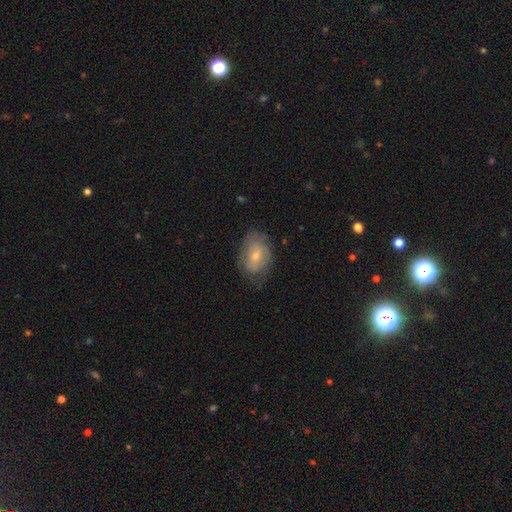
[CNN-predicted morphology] smooth_or_featured: smooth (p=0.54) [alt: featured or disk p=0.39]
how_rounded: in between (p=0.80) [alt: round p=0.19]
merging: none (p=0.65) [alt: minor disturbance p=0.24]